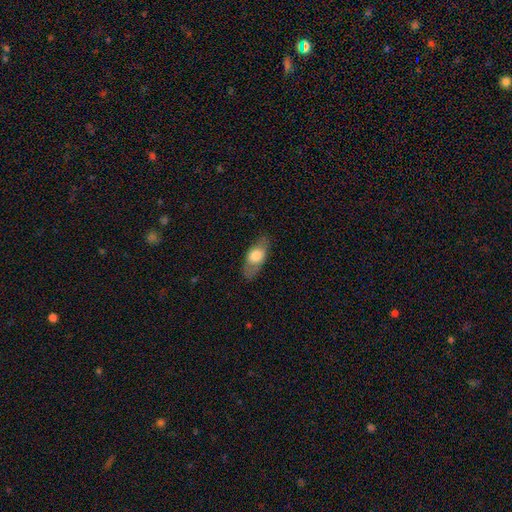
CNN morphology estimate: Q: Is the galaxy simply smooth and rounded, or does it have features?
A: smooth — 63%.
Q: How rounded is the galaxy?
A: in between — 82%.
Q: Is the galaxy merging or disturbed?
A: none — 76%.